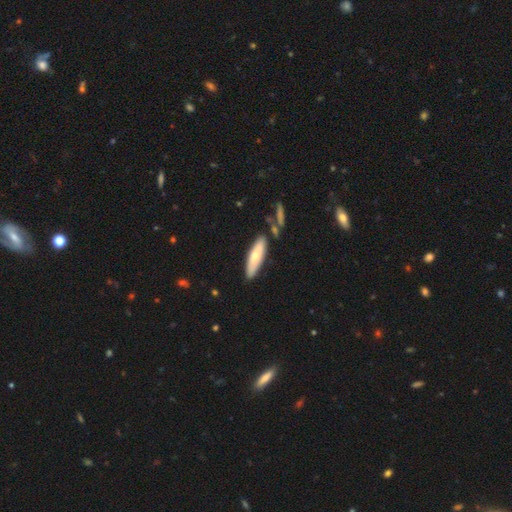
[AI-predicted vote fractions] The model was most divided on "how rounded": cigar-shaped: 59%, in between: 39%, round: 2%. More confident: merging — none (81%); smooth or featured — smooth (64%).